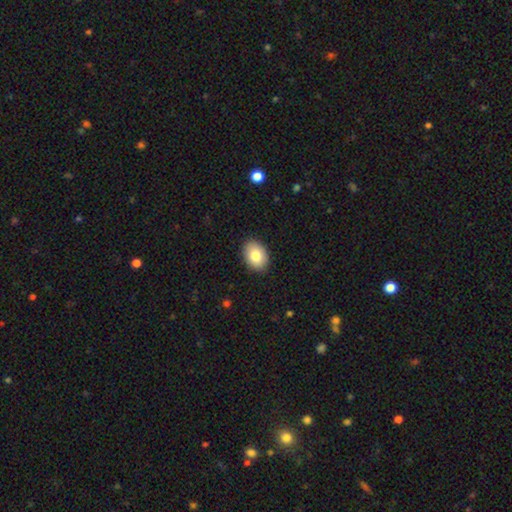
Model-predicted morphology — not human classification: smooth_or_featured: smooth (p=0.83) [alt: featured or disk p=0.10]
how_rounded: in between (p=0.79) [alt: round p=0.20]
merging: none (p=0.89) [alt: minor disturbance p=0.08]